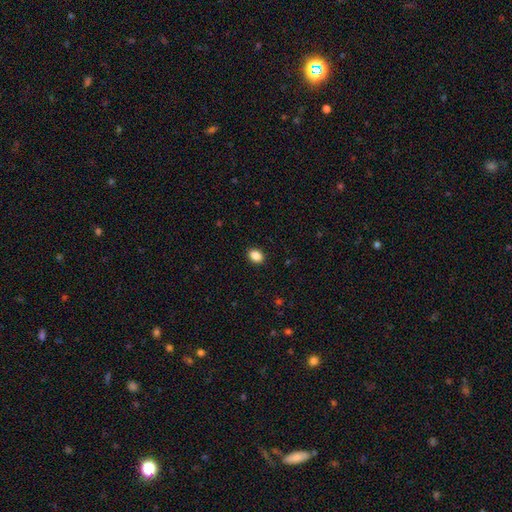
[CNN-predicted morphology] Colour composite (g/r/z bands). It shows a smooth galaxy with no disk features (87%) that is in between round and cigar-shaped (68%). Merging: none (91%).